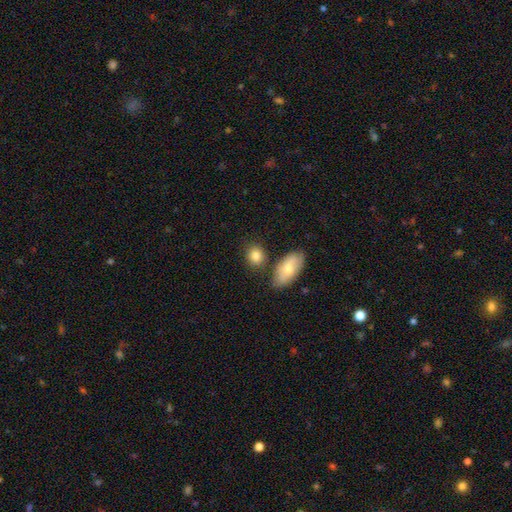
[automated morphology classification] Overall: smooth (84%). How rounded: round (52%; in between 45%). Merging: none (72%).